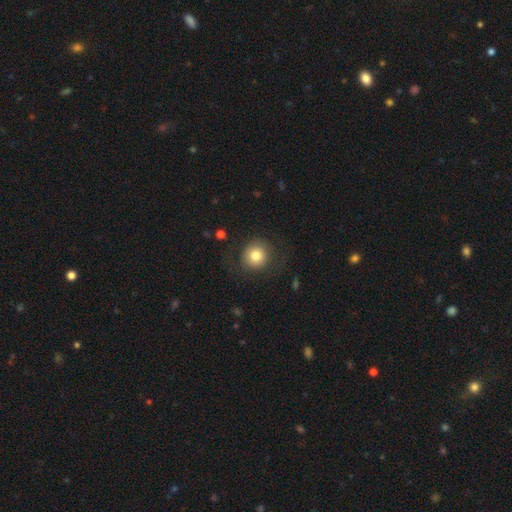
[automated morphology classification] smooth-or-featured: smooth: 79% | featured or disk: 12% | star or artifact: 9%
  how-rounded: round: 91% | in between: 8% | cigar-shaped: 1%
  merging: none: 79% | minor disturbance: 12% | major disturbance: 8% | merger: 1%